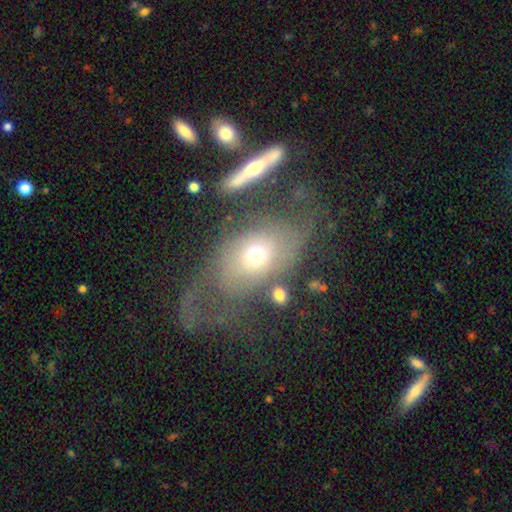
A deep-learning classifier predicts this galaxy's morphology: featured or disk 50%, smooth 40%, star or artifact 10%. Down the decision tree: edge-on disk — no (86%); merging — major disturbance (40%).